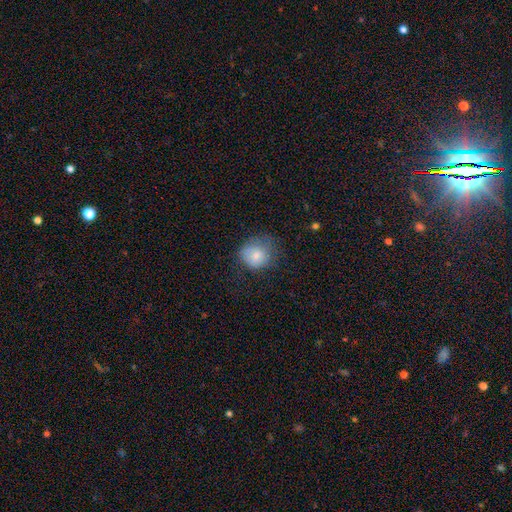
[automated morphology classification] Overall: smooth (79%). How rounded: round (77%). Merging: none (51%; minor disturbance 31%).